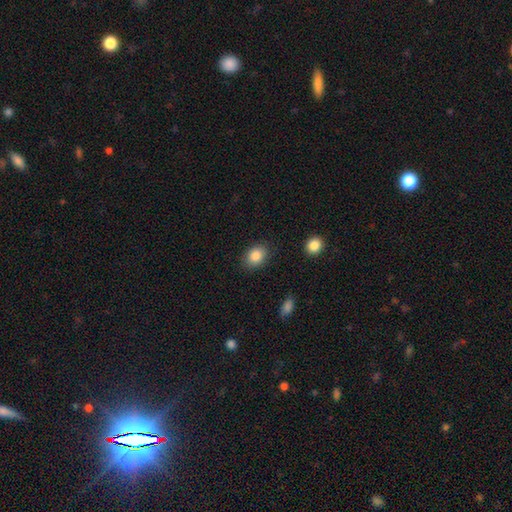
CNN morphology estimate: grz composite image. It shows a smooth galaxy with no disk features (86%) that is in between round and cigar-shaped (68%). Merging: none (84%).